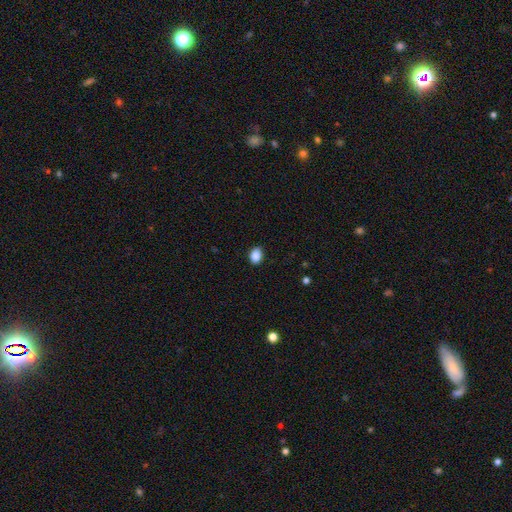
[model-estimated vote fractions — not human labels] smooth-or-featured: smooth: 88% | star or artifact: 9% | featured or disk: 4%
  how-rounded: in between: 69% | round: 30% | cigar-shaped: 1%
  merging: none: 82% | minor disturbance: 14% | major disturbance: 2% | merger: 1%